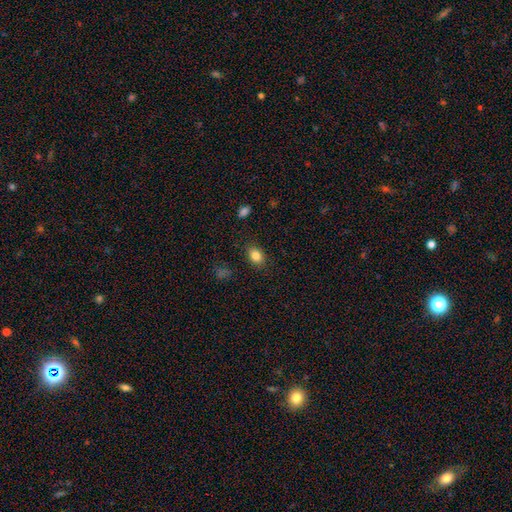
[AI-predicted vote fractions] The model was most divided on "how rounded": in between: 72%, round: 27%, cigar-shaped: 1%. More confident: merging — none (86%); smooth or featured — smooth (84%).